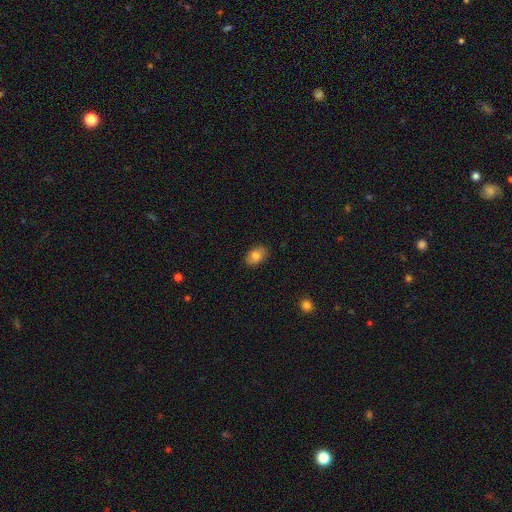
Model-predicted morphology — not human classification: smooth 81%, featured or disk 11%, star or artifact 8%. Down the decision tree: how rounded — in between (85%); merging — none (85%).